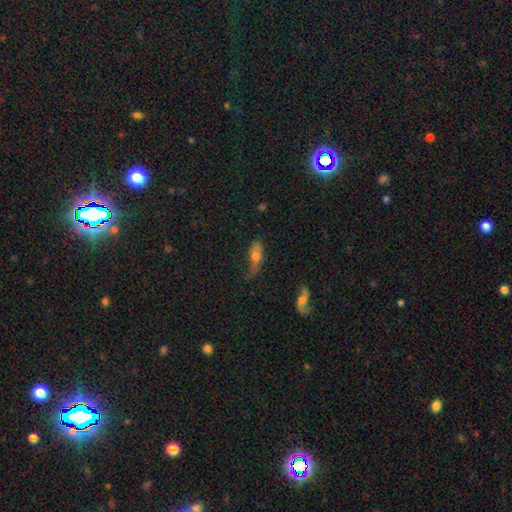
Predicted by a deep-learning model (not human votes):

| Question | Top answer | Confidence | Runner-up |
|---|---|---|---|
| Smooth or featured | smooth | 55% | featured or disk (35%) |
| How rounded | in between | 69% | cigar-shaped (26%) |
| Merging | none | 36% | minor disturbance (32%) |